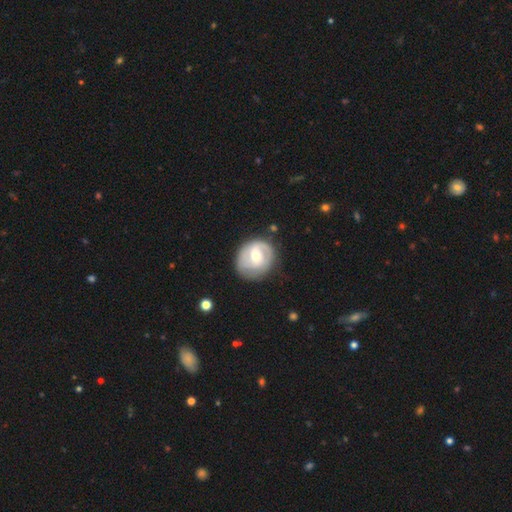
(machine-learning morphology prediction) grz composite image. It shows a featured or disk galaxy (73%) with a weak bar (49%), 2 (66%) tight (45%) spiral arms (87%) and a moderate central bulge (56%). Merging: none (74%).